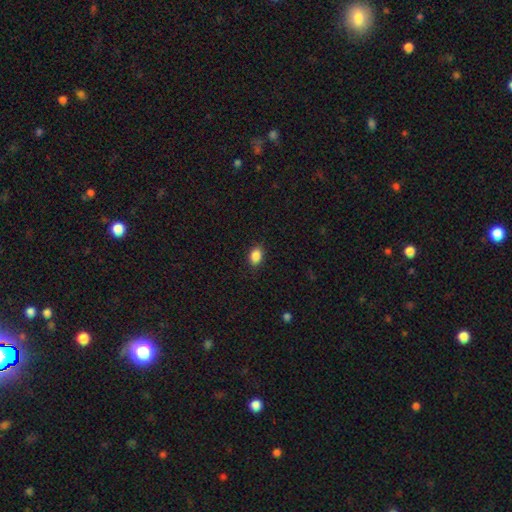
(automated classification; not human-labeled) Smooth or featured?
  - smooth: 88% *
  - star or artifact: 9%
  - featured or disk: 3%
How rounded?
  - in between: 80% *
  - round: 18%
  - cigar-shaped: 1%
Merging?
  - none: 87% *
  - minor disturbance: 10%
  - major disturbance: 2%
  - merger: 1%